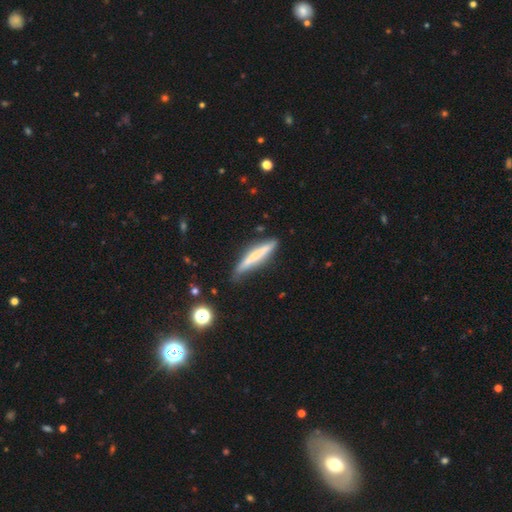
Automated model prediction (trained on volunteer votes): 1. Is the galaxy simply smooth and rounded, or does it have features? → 50% smooth, 43% featured or disk, 6% star or artifact.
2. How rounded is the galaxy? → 92% cigar-shaped, 7% in between, 1% round.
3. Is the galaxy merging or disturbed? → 76% none, 18% minor disturbance, 3% major disturbance, 2% merger.